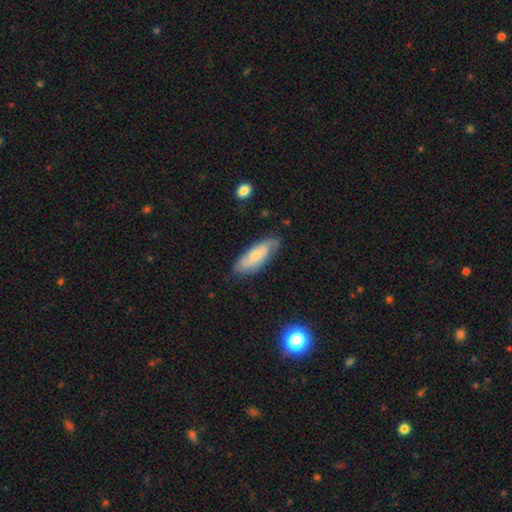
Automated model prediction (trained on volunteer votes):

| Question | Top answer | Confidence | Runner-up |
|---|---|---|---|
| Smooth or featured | smooth | 53% | featured or disk (40%) |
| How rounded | in between | 65% | cigar-shaped (33%) |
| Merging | none | 74% | minor disturbance (20%) |